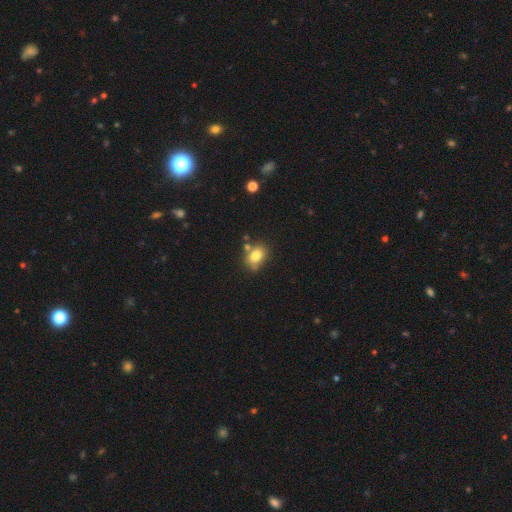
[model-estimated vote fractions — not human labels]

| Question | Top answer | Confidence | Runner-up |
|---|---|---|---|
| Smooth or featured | smooth | 79% | featured or disk (11%) |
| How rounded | in between | 64% | round (35%) |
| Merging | none | 63% | minor disturbance (18%) |